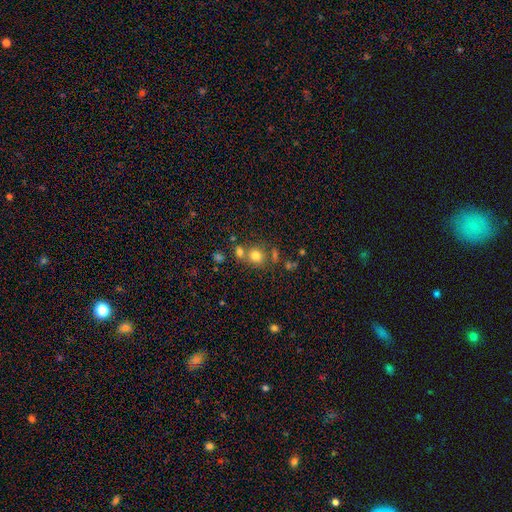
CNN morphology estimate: A smooth galaxy with no disk features (76%) that is round (80%).

Vote fractions:
- Smooth or featured? smooth: 76% / star or artifact: 15% / featured or disk: 9%
- How rounded? round: 80% / in between: 19% / cigar-shaped: 1%
- Merging? none: 59% / merger: 28% / minor disturbance: 9% / major disturbance: 4%